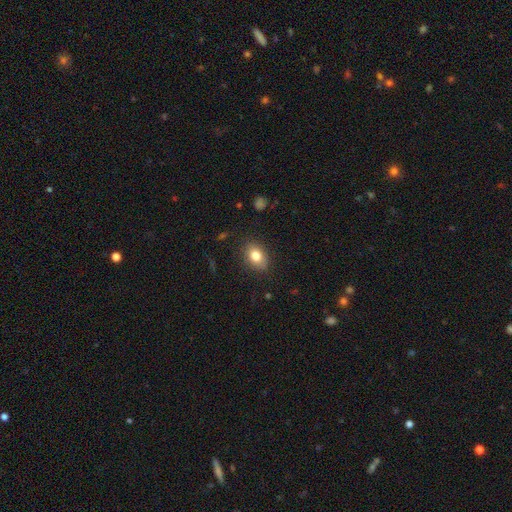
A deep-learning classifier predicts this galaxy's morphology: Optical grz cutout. It shows a smooth galaxy with no disk features (80%) that is in between round and cigar-shaped (72%). Merging: none (84%).